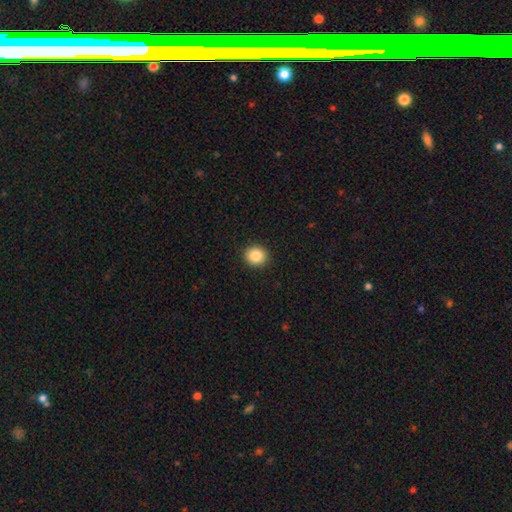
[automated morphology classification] Smooth or featured? Predicted: smooth (p=0.86). How rounded? Predicted: round (p=0.84). Merging? Predicted: none (p=0.92).